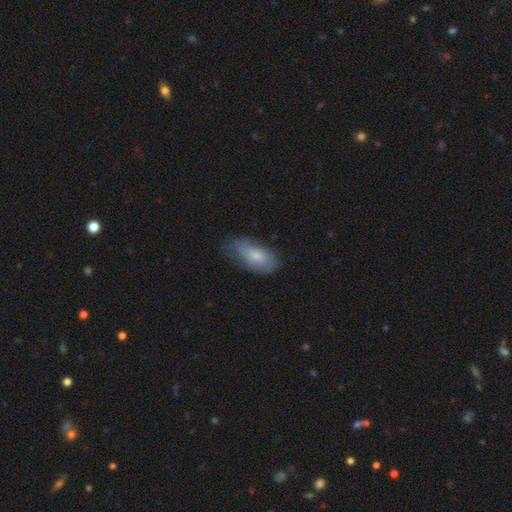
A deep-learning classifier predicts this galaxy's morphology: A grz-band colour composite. It shows a smooth galaxy with no disk features (72%) that is in between round and cigar-shaped (89%). Merging: none (51%).